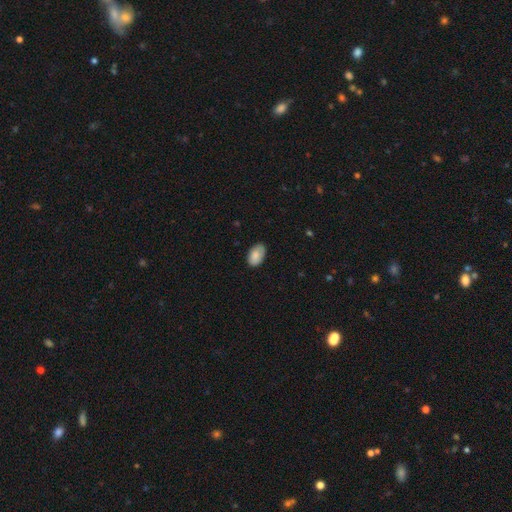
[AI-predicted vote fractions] This is clearly a smooth galaxy (83%). How rounded: clearly in between (93%). Merging: clearly none (80%).